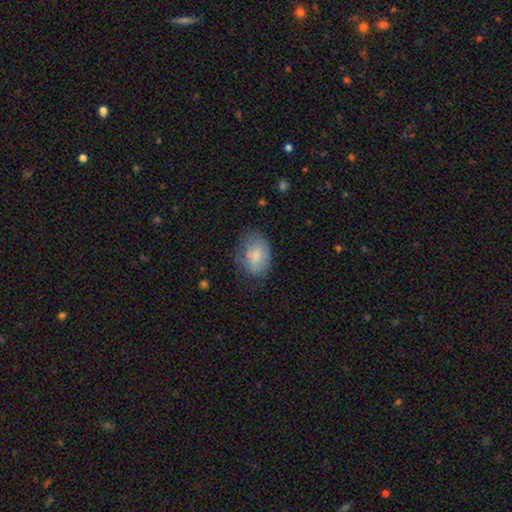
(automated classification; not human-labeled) A smooth galaxy with no disk features (72%) that is in between round and cigar-shaped (82%). Merging: none (62%).